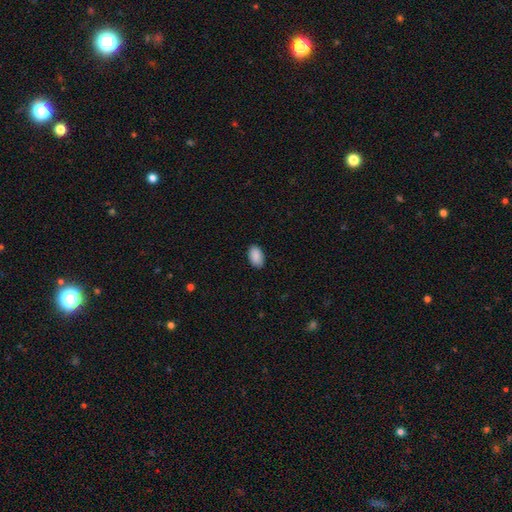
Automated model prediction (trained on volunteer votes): Smooth or featured?
  - smooth: 90% *
  - star or artifact: 6%
  - featured or disk: 4%
How rounded?
  - in between: 93% *
  - round: 5%
  - cigar-shaped: 1%
Merging?
  - none: 88% *
  - minor disturbance: 9%
  - major disturbance: 2%
  - merger: 1%